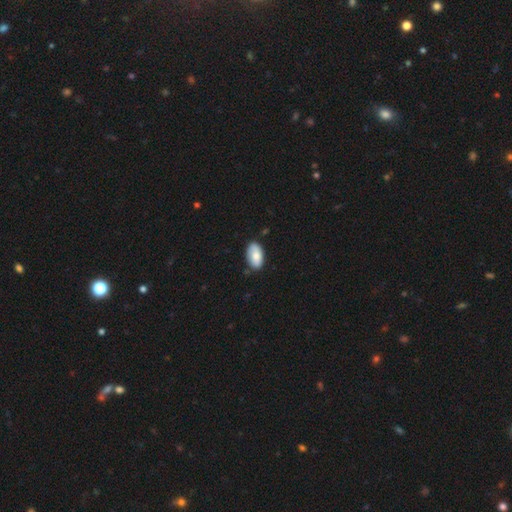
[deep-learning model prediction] The model was most divided on "merging": none: 79%, minor disturbance: 17%, major disturbance: 2%, merger: 2%. More confident: how rounded — in between (95%); smooth or featured — smooth (79%).